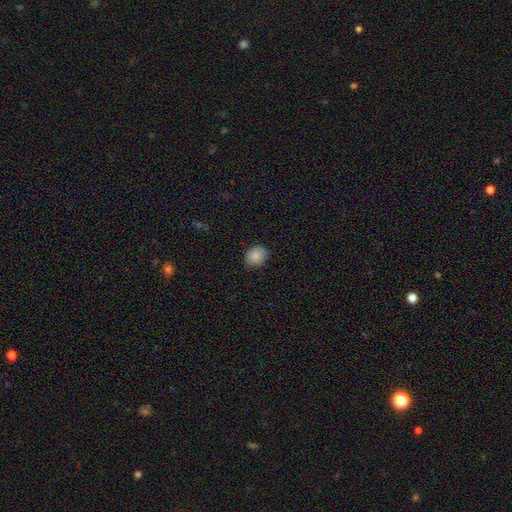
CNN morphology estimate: Smooth or featured? Predicted: smooth (p=0.87). How rounded? Predicted: round (p=0.61). Merging? Predicted: none (p=0.81).